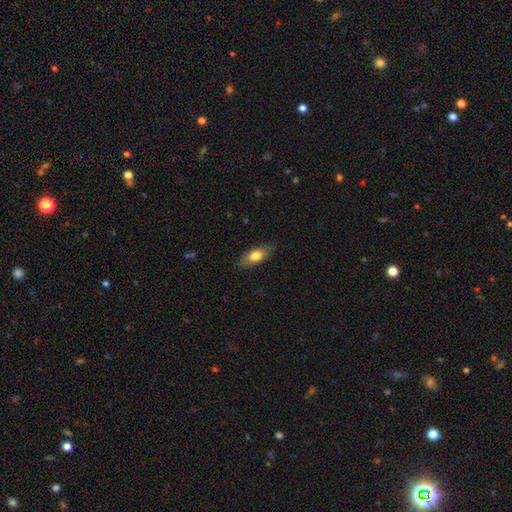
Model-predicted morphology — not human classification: Overall: smooth (70%). How rounded: in between (75%). Merging: none (82%).